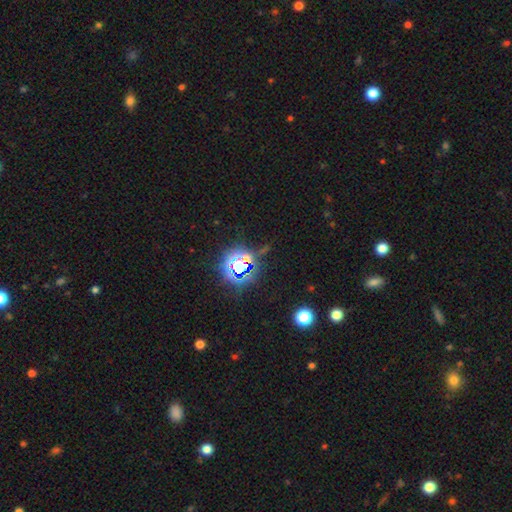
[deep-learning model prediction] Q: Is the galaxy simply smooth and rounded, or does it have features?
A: star or artifact — 79%.